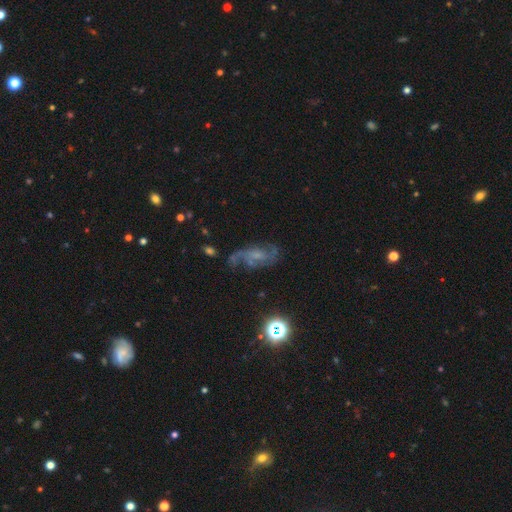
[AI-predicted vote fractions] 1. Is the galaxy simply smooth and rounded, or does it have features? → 70% featured or disk, 15% smooth, 15% star or artifact.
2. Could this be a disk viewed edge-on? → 94% no, 6% yes.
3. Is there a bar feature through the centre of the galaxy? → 48% no, 42% weak, 10% strong.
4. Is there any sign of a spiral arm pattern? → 90% yes, 10% no.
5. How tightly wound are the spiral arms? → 43% medium, 40% loose, 17% tight.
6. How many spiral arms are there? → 59% 2, 17% can't tell, 10% 3, 6% 1, 4% 4, 3% more than 4.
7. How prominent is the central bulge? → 44% small, 27% moderate, 24% none, 3% large, 1% dominant.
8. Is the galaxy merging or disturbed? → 57% none, 21% minor disturbance, 17% major disturbance, 4% merger.